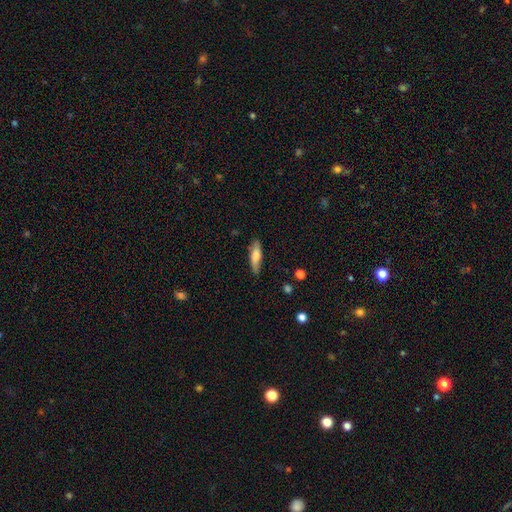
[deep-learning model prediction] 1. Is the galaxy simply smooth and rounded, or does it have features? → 74% smooth, 20% featured or disk, 6% star or artifact.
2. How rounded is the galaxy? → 61% cigar-shaped, 37% in between, 2% round.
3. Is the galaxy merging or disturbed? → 78% none, 17% minor disturbance, 3% major disturbance, 2% merger.